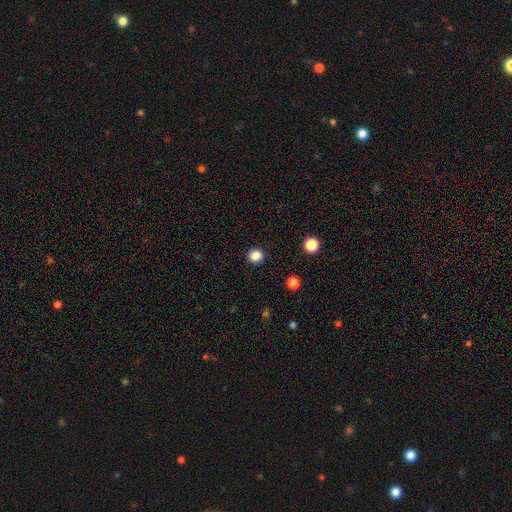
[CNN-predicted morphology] smooth-or-featured: smooth: 85% | star or artifact: 12% | featured or disk: 3%
  how-rounded: round: 94% | in between: 5% | cigar-shaped: 1%
  merging: none: 93% | minor disturbance: 4% | major disturbance: 2% | merger: 1%